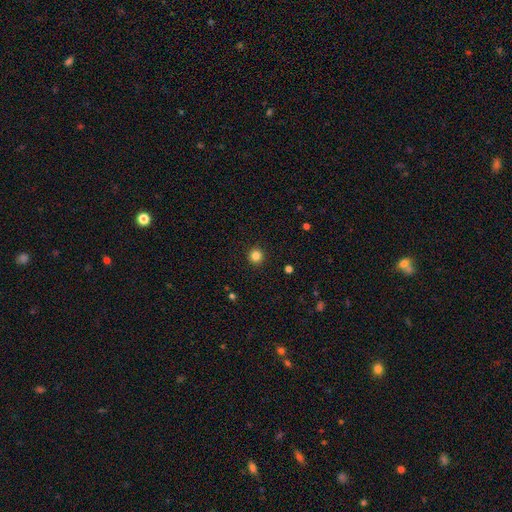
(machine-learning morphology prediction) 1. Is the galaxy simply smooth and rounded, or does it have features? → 84% smooth, 12% star or artifact, 4% featured or disk.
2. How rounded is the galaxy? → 95% round, 4% in between, 1% cigar-shaped.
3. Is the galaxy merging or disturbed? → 93% none, 4% minor disturbance, 2% major disturbance, 1% merger.